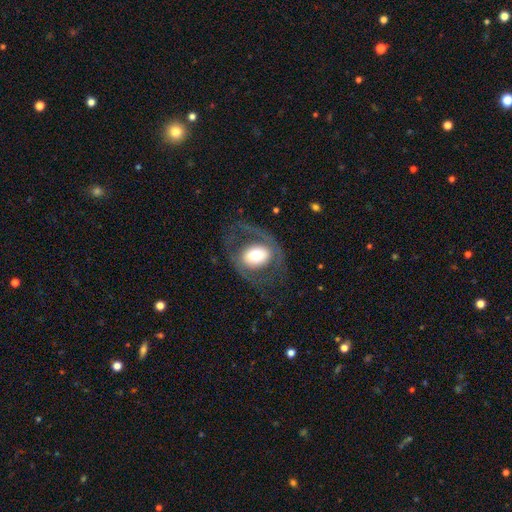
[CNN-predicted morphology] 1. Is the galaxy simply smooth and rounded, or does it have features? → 58% featured or disk, 35% smooth, 7% star or artifact.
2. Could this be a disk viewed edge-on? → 94% no, 6% yes.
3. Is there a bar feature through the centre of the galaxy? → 50% no, 28% weak, 21% strong.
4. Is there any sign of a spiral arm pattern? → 53% yes, 47% no.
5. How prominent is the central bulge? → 48% moderate, 35% large, 8% dominant, 7% small, 1% none.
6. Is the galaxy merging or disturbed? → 66% none, 19% major disturbance, 15% minor disturbance, 1% merger.